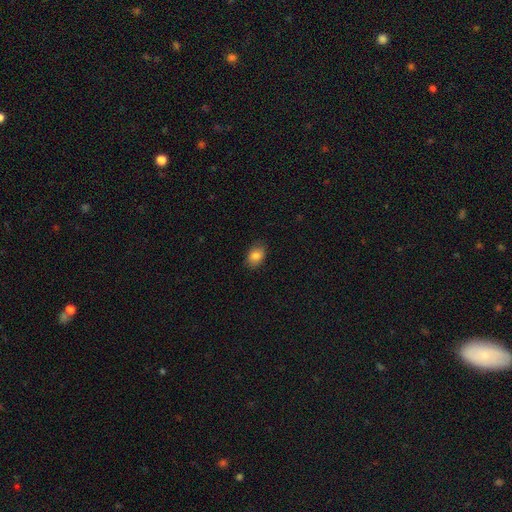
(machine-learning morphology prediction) type=smooth (83%); roundness=in between (80%); merging=none (85%).